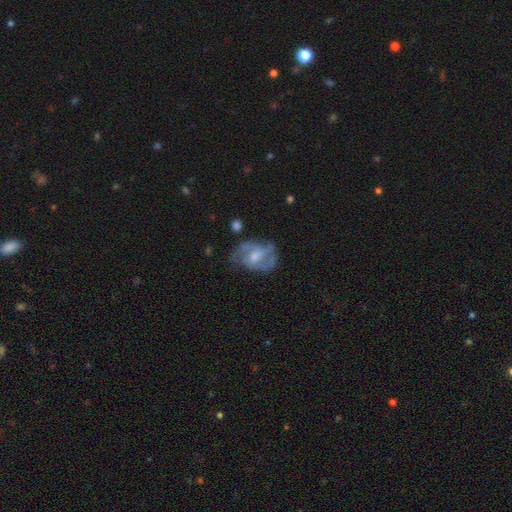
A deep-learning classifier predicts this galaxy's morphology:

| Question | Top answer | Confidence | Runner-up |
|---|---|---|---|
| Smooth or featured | featured or disk | 80% | smooth (14%) |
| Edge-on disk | no | 97% | yes (3%) |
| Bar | weak | 51% | no (34%) |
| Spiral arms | yes | 90% | no (10%) |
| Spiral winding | medium | 53% | tight (26%) |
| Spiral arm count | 2 | 55% | 3 (21%) |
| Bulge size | moderate | 49% | small (32%) |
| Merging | none | 58% | minor disturbance (23%) |